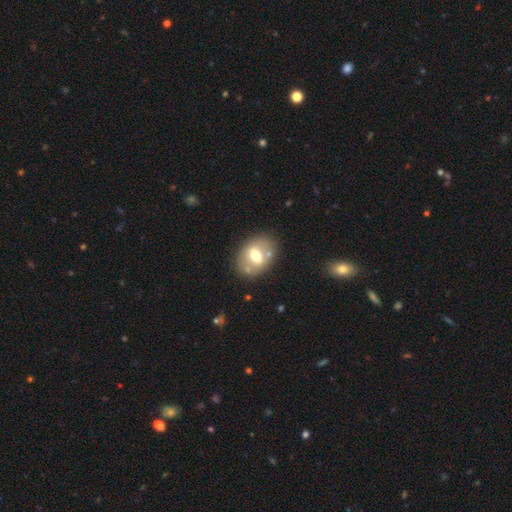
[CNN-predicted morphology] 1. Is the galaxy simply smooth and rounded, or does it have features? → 51% smooth, 40% featured or disk, 8% star or artifact.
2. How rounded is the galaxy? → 67% in between, 32% round, 1% cigar-shaped.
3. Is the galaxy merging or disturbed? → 73% none, 14% minor disturbance, 8% merger, 5% major disturbance.